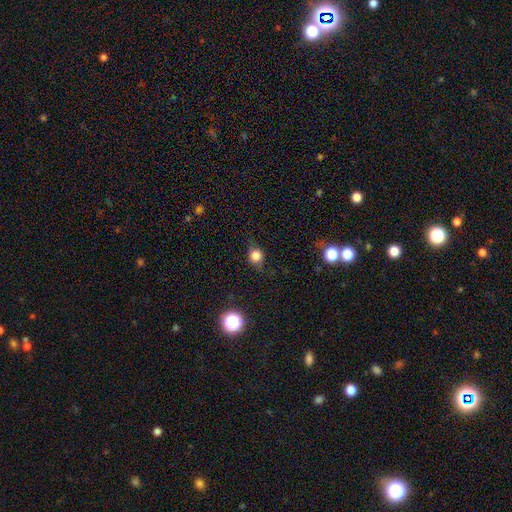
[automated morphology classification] Smooth or featured?
  - smooth: 77% *
  - star or artifact: 13%
  - featured or disk: 10%
How rounded?
  - round: 75% *
  - in between: 23%
  - cigar-shaped: 2%
Merging?
  - none: 71% *
  - minor disturbance: 21%
  - major disturbance: 7%
  - merger: 1%